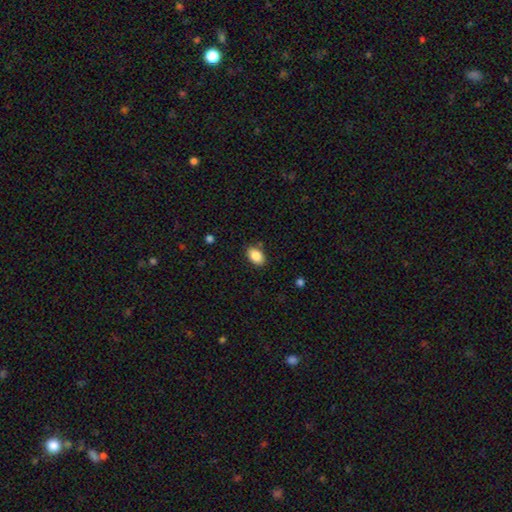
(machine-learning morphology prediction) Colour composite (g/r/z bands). It shows a smooth galaxy with no disk features (87%) that is in between round and cigar-shaped (87%). Merging: none (84%).